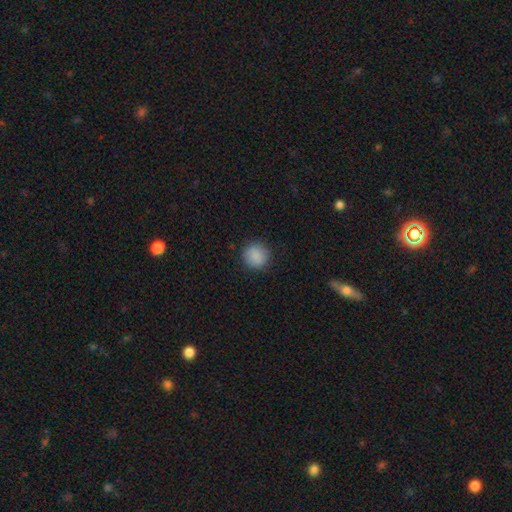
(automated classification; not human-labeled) A smooth galaxy with no disk features (88%) that is round (90%).

Vote fractions:
- Smooth or featured? smooth: 88% / star or artifact: 8% / featured or disk: 3%
- How rounded? round: 90% / in between: 9% / cigar-shaped: 1%
- Merging? none: 88% / minor disturbance: 8% / major disturbance: 3% / merger: 1%